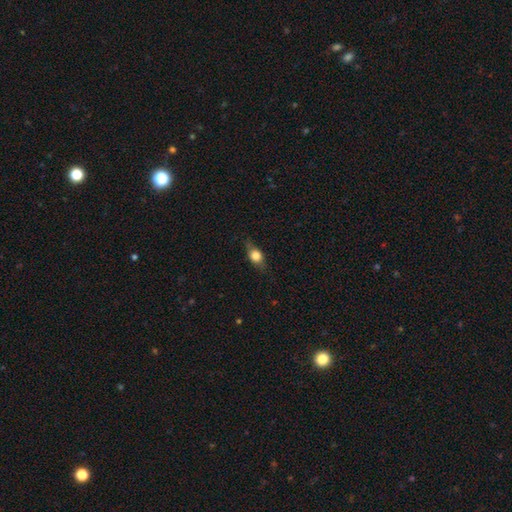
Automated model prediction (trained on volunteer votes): smooth 67%, featured or disk 24%, star or artifact 9%. Down the decision tree: how rounded — in between (58%); merging — none (70%).